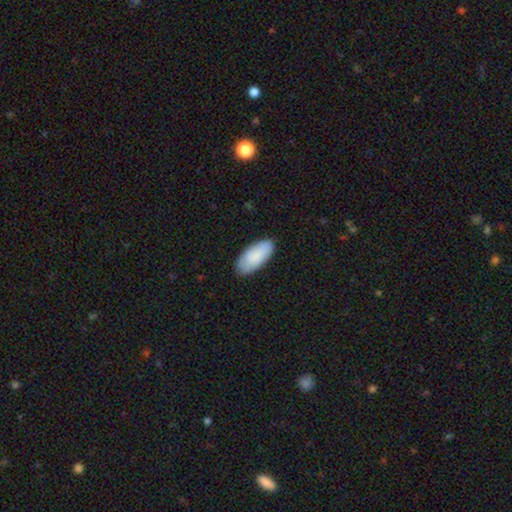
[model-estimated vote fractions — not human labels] This appears to be a smooth galaxy with no disk features (87%) that is in between round and cigar-shaped (91%). Merging: none (85%).